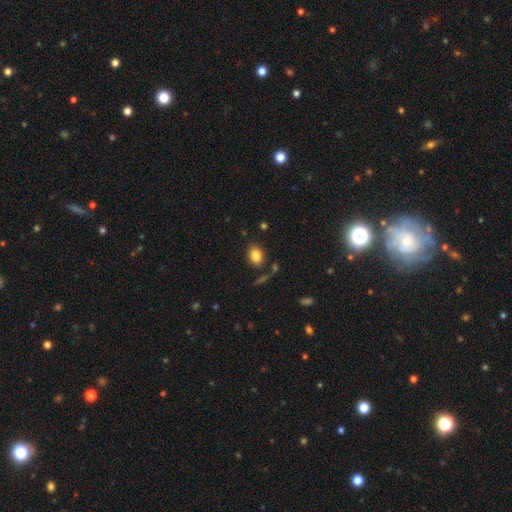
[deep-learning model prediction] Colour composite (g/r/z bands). It shows a smooth galaxy with no disk features (83%) that is in between round and cigar-shaped (69%). Merging: none (78%).